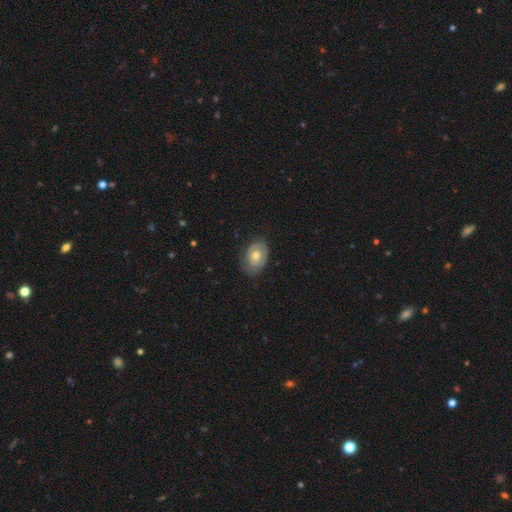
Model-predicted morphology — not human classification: The model was most divided on "smooth or featured": smooth: 48%, featured or disk: 45%, star or artifact: 7%. More confident: merging — none (75%).